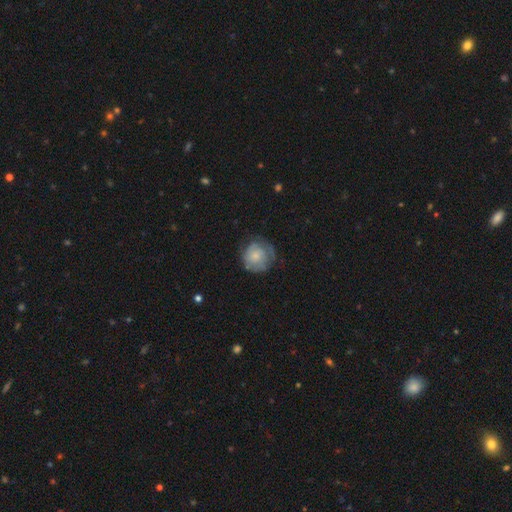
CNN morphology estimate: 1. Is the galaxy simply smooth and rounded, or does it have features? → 60% smooth, 33% featured or disk, 7% star or artifact.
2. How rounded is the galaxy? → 89% round, 10% in between, 1% cigar-shaped.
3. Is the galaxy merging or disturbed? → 61% none, 25% minor disturbance, 12% major disturbance, 1% merger.